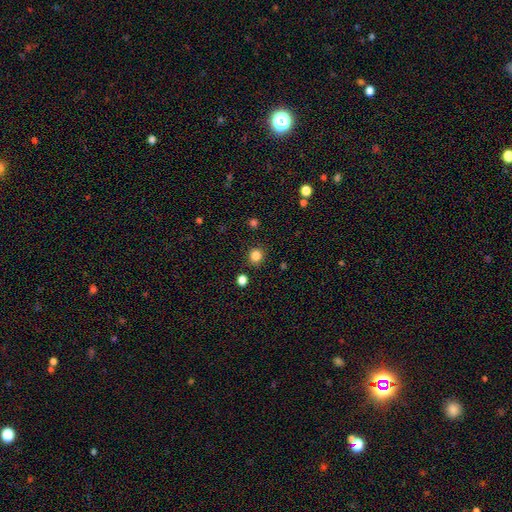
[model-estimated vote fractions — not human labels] Smooth or featured? smooth (83%)
How rounded? round (90%)
Merging? none (89%)